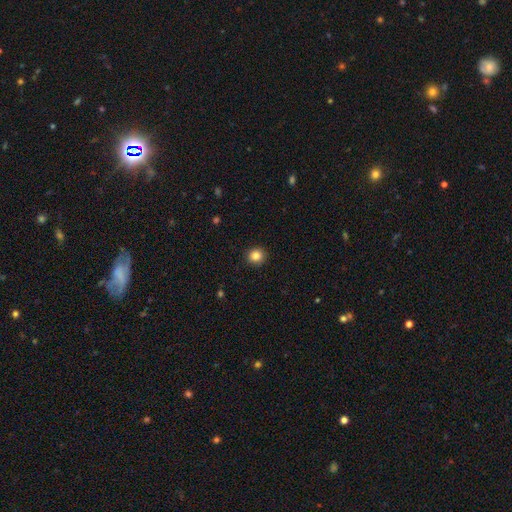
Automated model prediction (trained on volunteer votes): This is clearly a smooth galaxy (85%). How rounded: clearly round (89%). Merging: clearly none (91%).